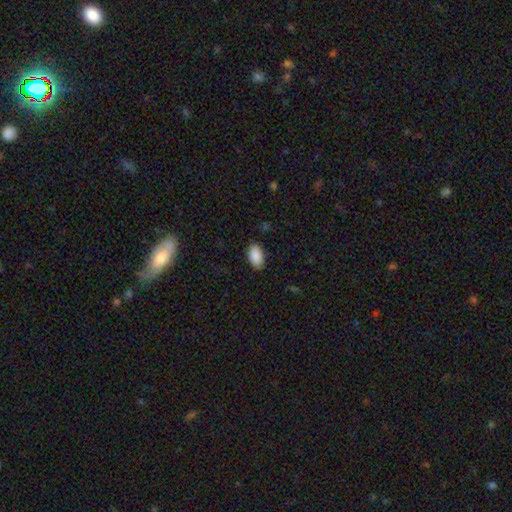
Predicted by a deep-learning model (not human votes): This is clearly a smooth galaxy (90%). How rounded: clearly in between (95%). Merging: clearly none (86%).